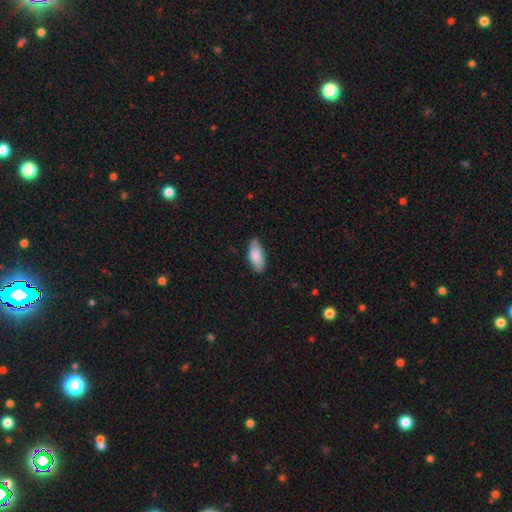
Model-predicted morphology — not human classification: Q: Smooth or featured?
A: smooth (84%); runner-up: featured or disk (11%)
Q: How rounded?
A: in between (84%); runner-up: cigar-shaped (14%)
Q: Merging?
A: none (84%); runner-up: minor disturbance (13%)